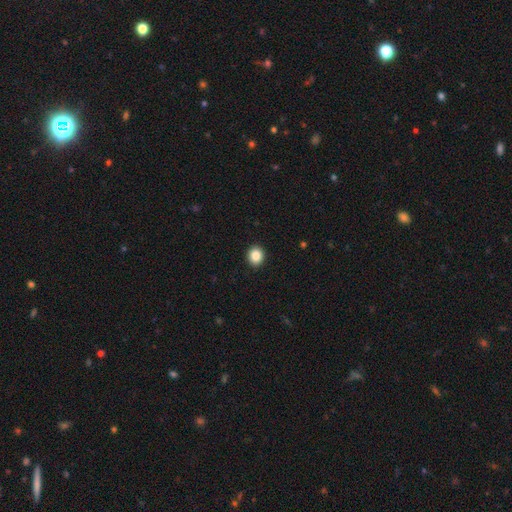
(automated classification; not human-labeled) smooth-or-featured: smooth: 86% | star or artifact: 9% | featured or disk: 5%
  how-rounded: round: 78% | in between: 22% | cigar-shaped: 1%
  merging: none: 93% | minor disturbance: 5% | major disturbance: 2% | merger: 1%